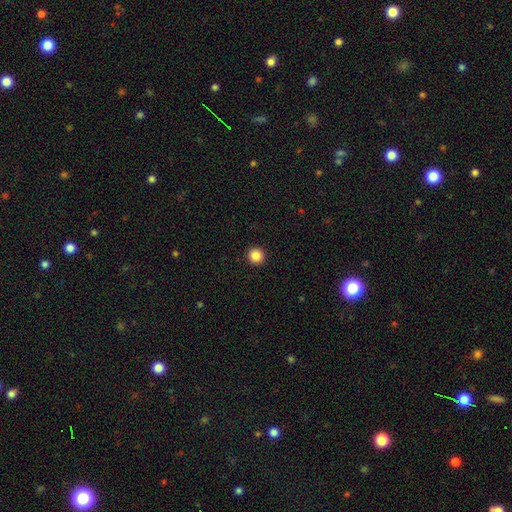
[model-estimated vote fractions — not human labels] The model was most divided on "smooth or featured": smooth: 87%, star or artifact: 10%, featured or disk: 3%. More confident: how rounded — round (95%); merging — none (94%).